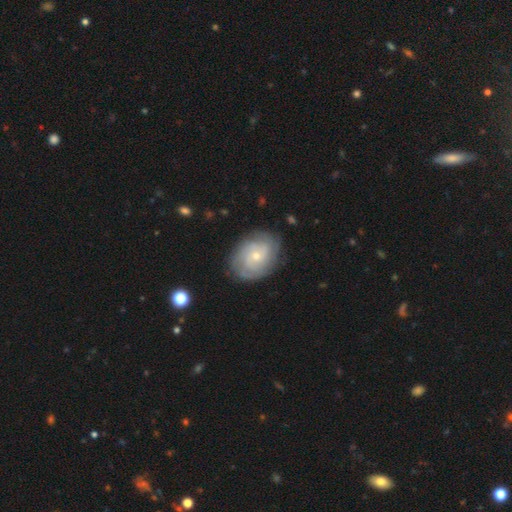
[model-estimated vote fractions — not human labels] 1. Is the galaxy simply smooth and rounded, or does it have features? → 67% featured or disk, 27% smooth, 7% star or artifact.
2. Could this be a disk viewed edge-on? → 97% no, 3% yes.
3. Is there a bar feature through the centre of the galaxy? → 75% no, 22% weak, 3% strong.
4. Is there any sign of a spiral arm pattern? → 88% yes, 12% no.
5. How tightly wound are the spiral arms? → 61% tight, 29% medium, 10% loose.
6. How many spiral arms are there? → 43% can't tell, 21% 2, 16% 3, 10% 4, 5% more than 4, 5% 1.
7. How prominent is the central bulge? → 71% small, 25% moderate, 2% none, 1% large, 1% dominant.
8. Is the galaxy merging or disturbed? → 79% none, 15% minor disturbance, 5% major disturbance, 1% merger.